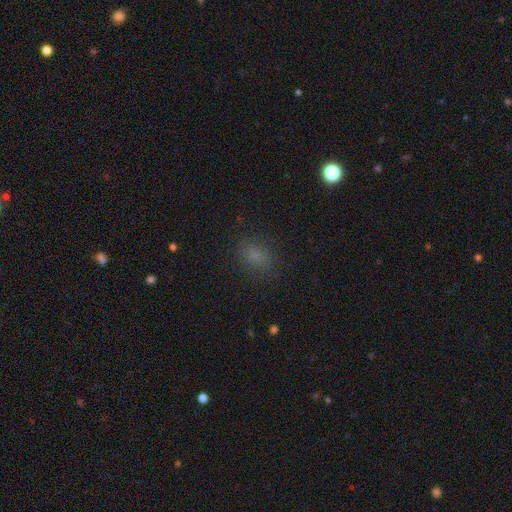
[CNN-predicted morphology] smooth 74%, star or artifact 19%, featured or disk 7%. Down the decision tree: how rounded — in between (55%); merging — none (81%).